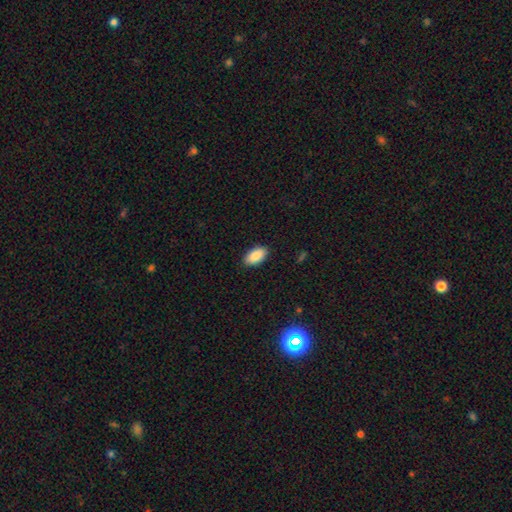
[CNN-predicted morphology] The model was most divided on "merging": none: 89%, minor disturbance: 8%, major disturbance: 2%, merger: 1%. More confident: how rounded — in between (95%); smooth or featured — smooth (90%).